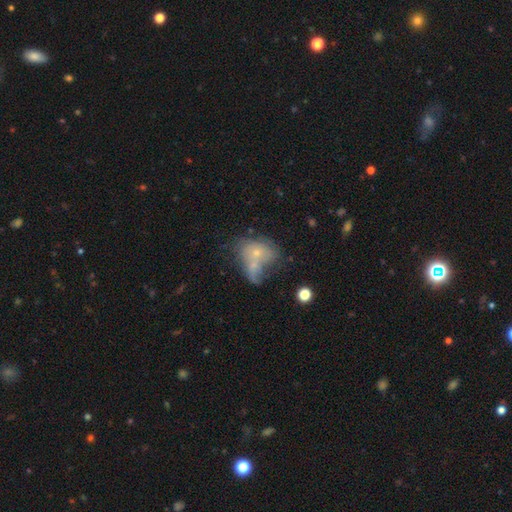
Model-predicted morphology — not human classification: Smooth or featured? Predicted: smooth (p=0.48). Merging? Predicted: merger (p=0.51).